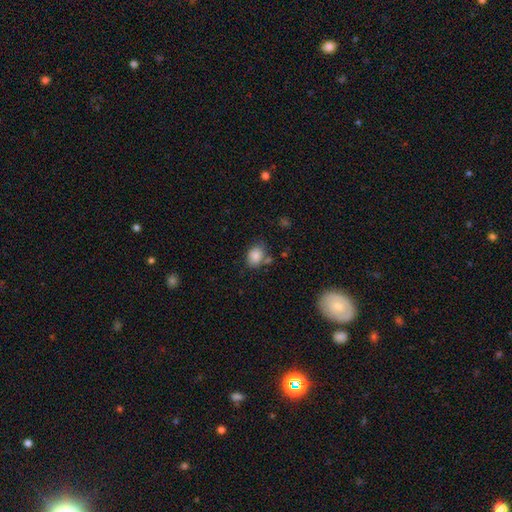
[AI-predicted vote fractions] The model was most divided on "how rounded": in between: 65%, round: 34%, cigar-shaped: 1%. More confident: smooth or featured — smooth (85%); merging — none (64%).